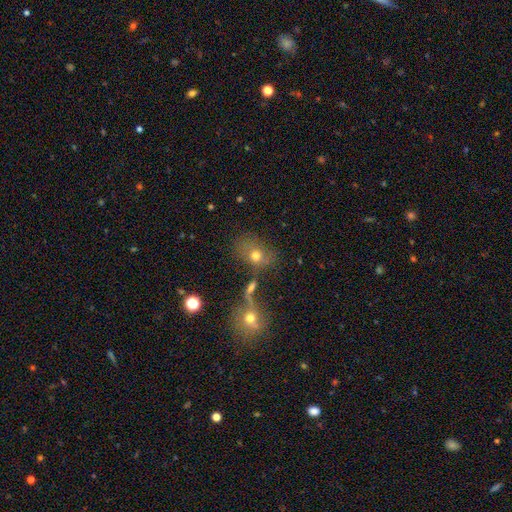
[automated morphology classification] Overall: smooth (65%). How rounded: in between (58%; round 40%). Merging: none (47%; merger 23%).